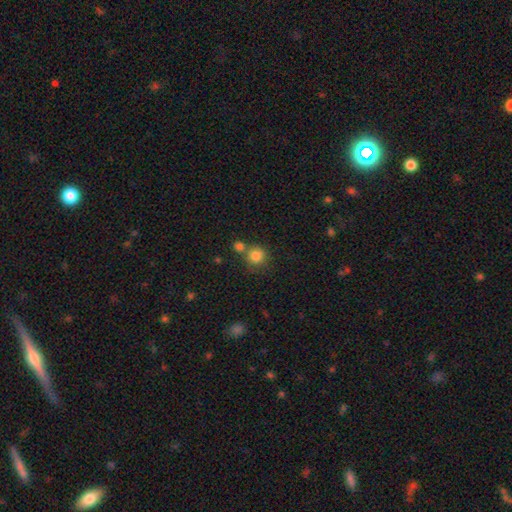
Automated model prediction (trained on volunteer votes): This is clearly a smooth galaxy (82%). How rounded: clearly round (91%). Merging: likely none (64%).